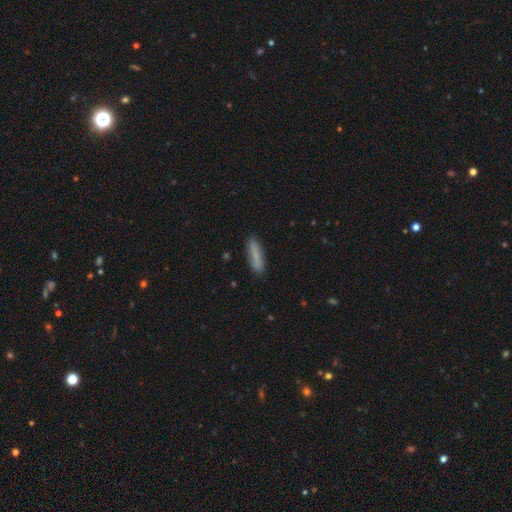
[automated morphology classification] The model was most divided on "how rounded": cigar-shaped: 68%, in between: 30%, round: 2%. More confident: merging — none (86%); smooth or featured — smooth (77%).